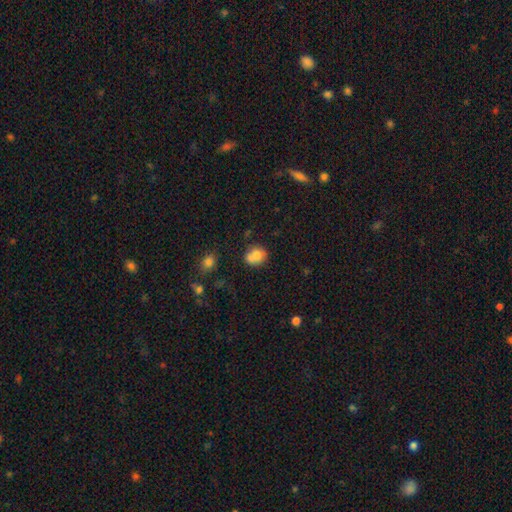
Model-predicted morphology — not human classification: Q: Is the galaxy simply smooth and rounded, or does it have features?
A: smooth — 76%.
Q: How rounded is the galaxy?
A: round — 61%.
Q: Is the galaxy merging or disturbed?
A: none — 50%.